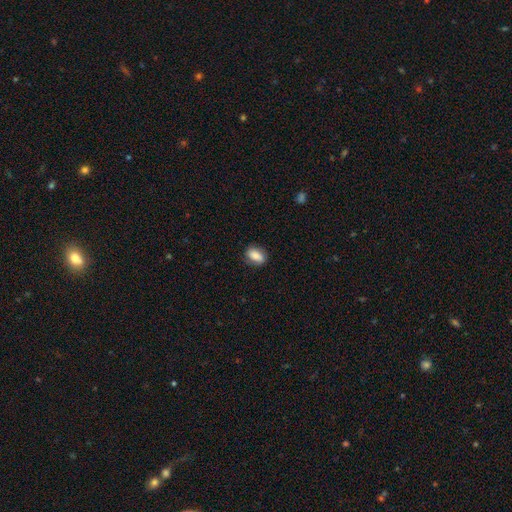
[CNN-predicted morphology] smooth-or-featured: smooth: 80% | featured or disk: 12% | star or artifact: 8%
  how-rounded: in between: 84% | round: 11% | cigar-shaped: 5%
  merging: none: 81% | minor disturbance: 15% | major disturbance: 3% | merger: 1%